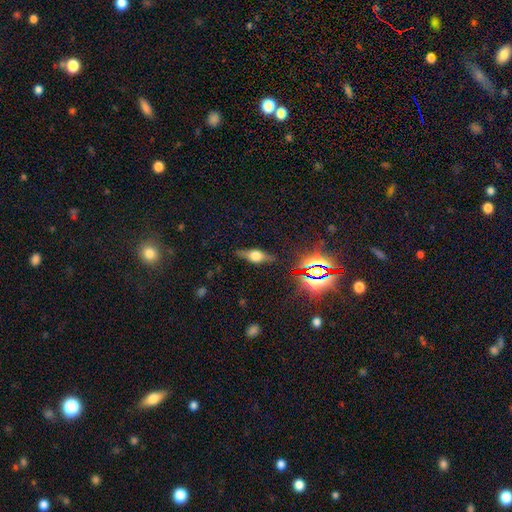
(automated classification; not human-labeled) Q: Smooth or featured?
A: featured or disk (57%); runner-up: smooth (29%)
Q: Edge-on disk?
A: yes (94%); runner-up: no (6%)
Q: Edge-on bulge?
A: rounded (89%); runner-up: boxy (9%)
Q: Merging?
A: none (84%); runner-up: minor disturbance (11%)